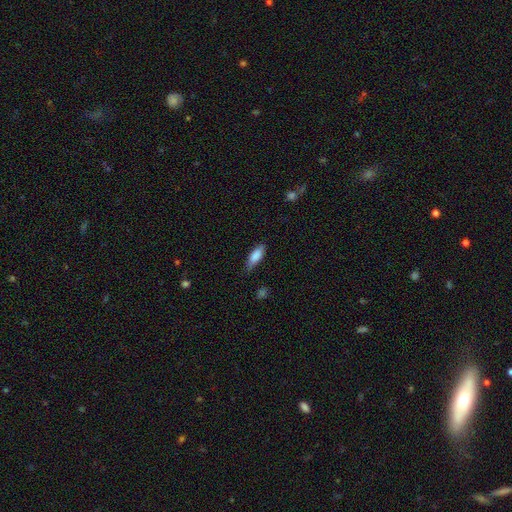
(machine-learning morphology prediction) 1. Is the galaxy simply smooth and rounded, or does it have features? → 83% smooth, 11% featured or disk, 6% star or artifact.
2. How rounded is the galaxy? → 60% in between, 38% cigar-shaped, 2% round.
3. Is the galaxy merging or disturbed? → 73% none, 21% minor disturbance, 4% major disturbance, 2% merger.